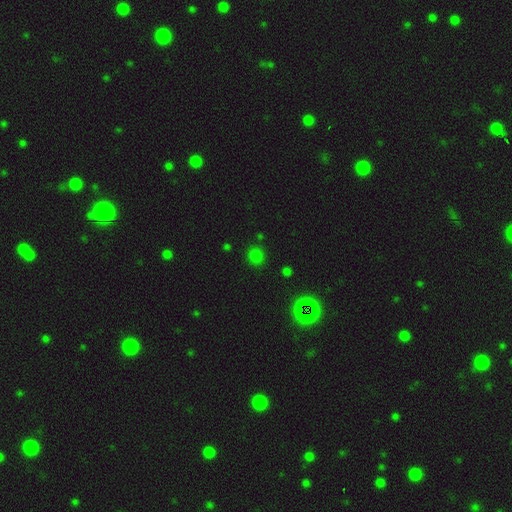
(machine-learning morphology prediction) Overall: smooth (73%). How rounded: round (88%). Merging: none (87%).